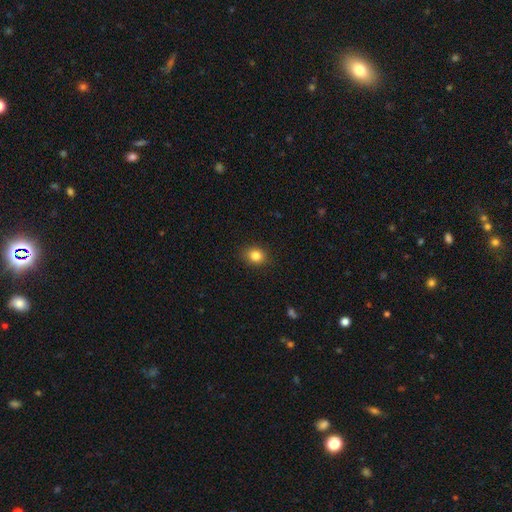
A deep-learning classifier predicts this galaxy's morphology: Smooth or featured? Predicted: smooth (p=0.84). How rounded? Predicted: round (p=0.63). Merging? Predicted: none (p=0.89).